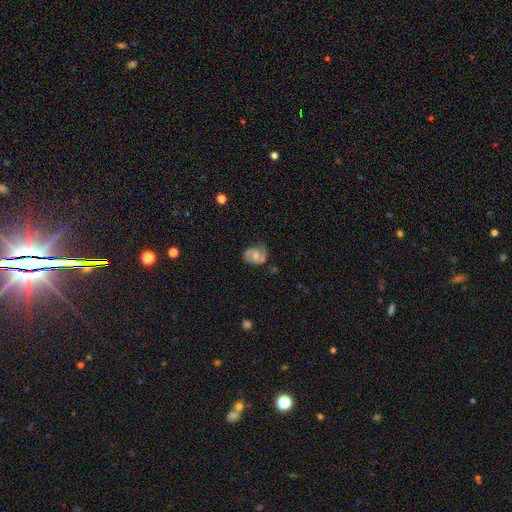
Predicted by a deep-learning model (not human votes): Smooth or featured: featured or disk — 59% (smooth — 32%)
Edge-on disk: no — 97% (yes — 3%)
Bar: no — 71% (weak — 24%)
Spiral arms: yes — 77% (no — 23%)
Bulge size: moderate — 50% (small — 41%)
Merging: none — 43% (minor disturbance — 32%)